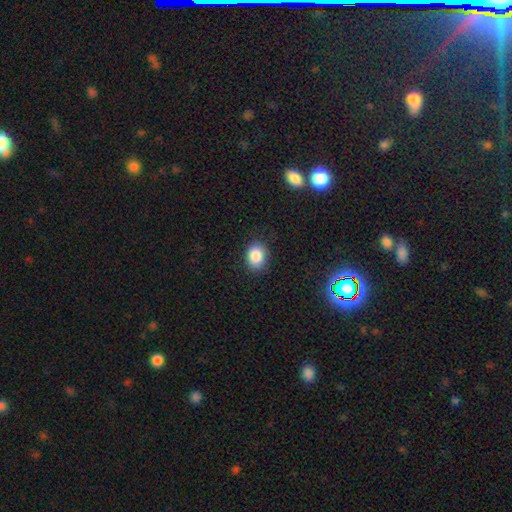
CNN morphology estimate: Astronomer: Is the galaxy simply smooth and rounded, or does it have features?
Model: smooth — 87%.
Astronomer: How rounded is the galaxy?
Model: in between — 51% (runner-up: round, 48%).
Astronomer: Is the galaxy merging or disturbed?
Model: none — 85%.